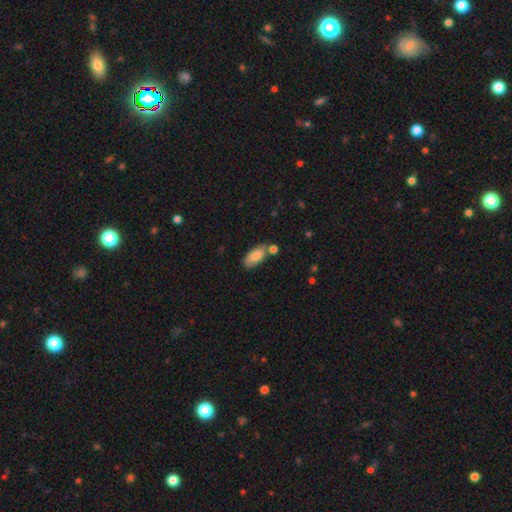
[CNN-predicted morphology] Smooth or featured: smooth — 81% (featured or disk — 12%)
How rounded: in between — 89% (cigar-shaped — 9%)
Merging: none — 63% (minor disturbance — 17%)